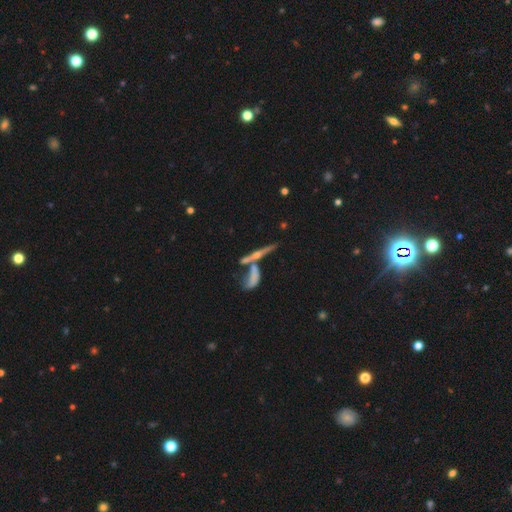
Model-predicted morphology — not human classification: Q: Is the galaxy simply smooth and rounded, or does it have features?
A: featured or disk — 66%.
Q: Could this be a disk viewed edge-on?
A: yes — 88%.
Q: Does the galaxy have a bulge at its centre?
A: rounded — 75%.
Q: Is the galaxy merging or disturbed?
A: none — 48%.